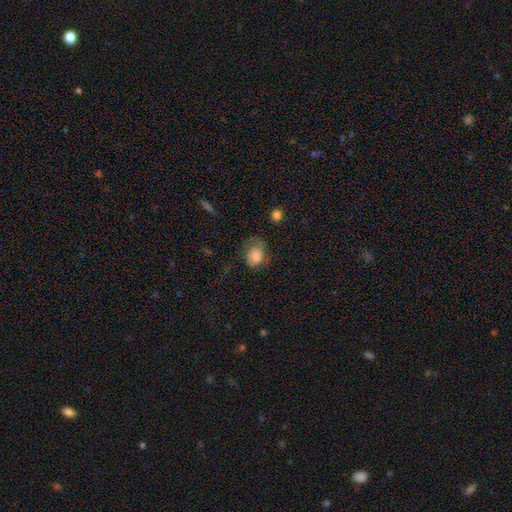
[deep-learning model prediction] Smooth or featured?
  - smooth: 69% *
  - featured or disk: 22%
  - star or artifact: 9%
How rounded?
  - in between: 64% *
  - round: 35%
  - cigar-shaped: 1%
Merging?
  - none: 46% *
  - minor disturbance: 28%
  - major disturbance: 24%
  - merger: 2%